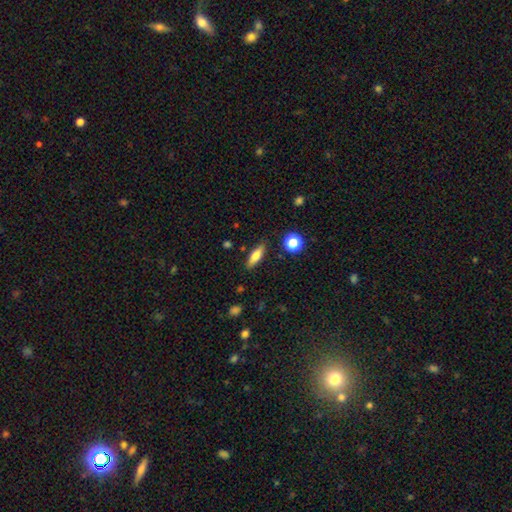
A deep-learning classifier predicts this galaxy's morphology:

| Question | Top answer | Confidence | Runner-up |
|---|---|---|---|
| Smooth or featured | smooth | 73% | featured or disk (19%) |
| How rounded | in between | 54% | cigar-shaped (42%) |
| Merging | none | 85% | minor disturbance (10%) |